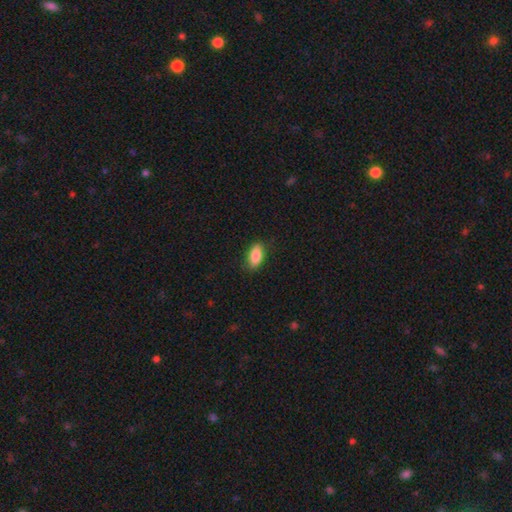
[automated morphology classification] Smooth or featured? smooth (85%)
How rounded? in between (87%)
Merging? none (86%)